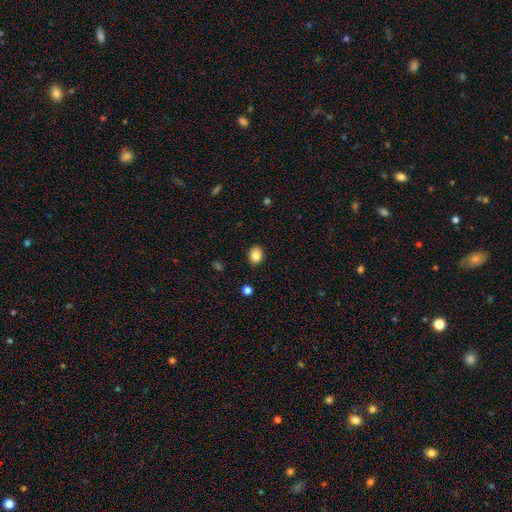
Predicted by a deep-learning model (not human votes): Morphology: type=smooth (85%); roundness=round (57%); merging=none (90%).